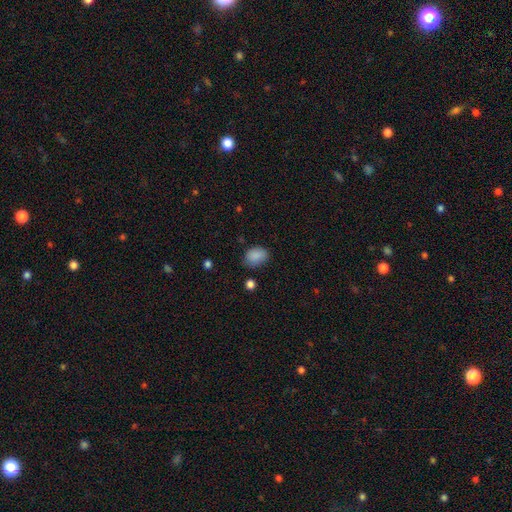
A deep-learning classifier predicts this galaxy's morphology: smooth_or_featured: smooth (p=0.87) [alt: star or artifact p=0.09]
how_rounded: in between (p=0.76) [alt: round p=0.23]
merging: none (p=0.72) [alt: minor disturbance p=0.21]